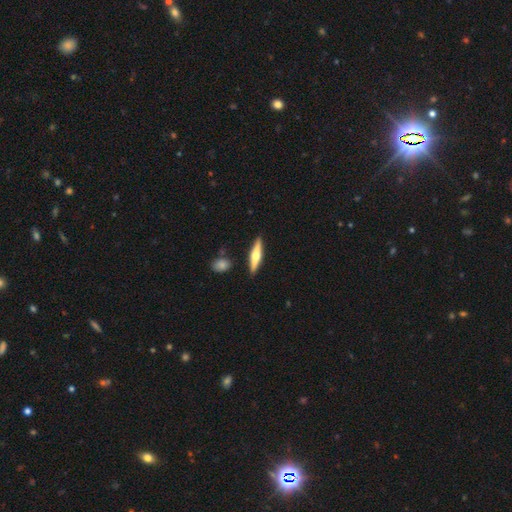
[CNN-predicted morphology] This is possibly a featured or disk galaxy (55%). It is clearly viewed edge-on (95%). Edge-on bulge: clearly rounded (92%). Merging: clearly none (88%).